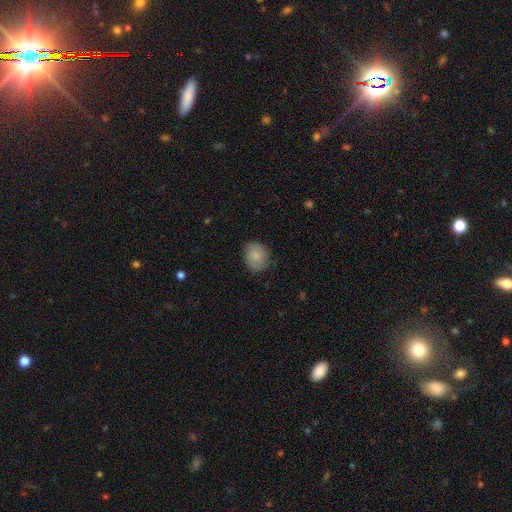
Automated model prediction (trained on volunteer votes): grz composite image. It shows a smooth galaxy with no disk features (83%) that is round (61%). Merging: none (80%).